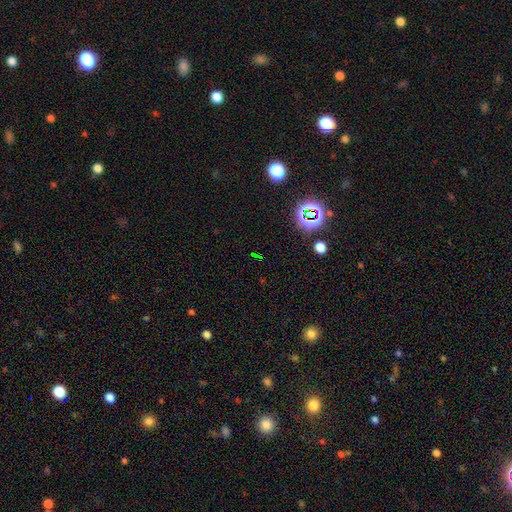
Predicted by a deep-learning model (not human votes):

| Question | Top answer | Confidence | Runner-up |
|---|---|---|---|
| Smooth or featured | star or artifact | 74% | smooth (17%) |